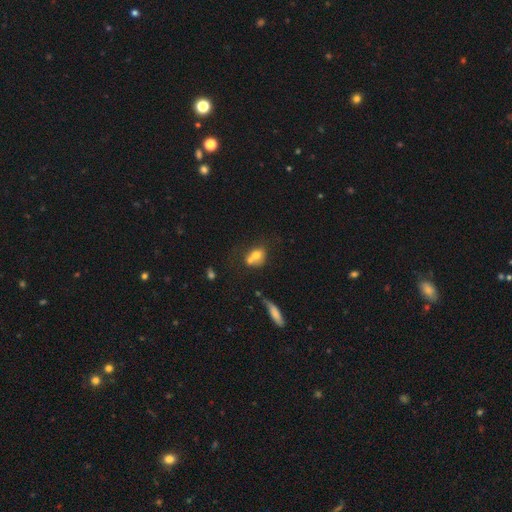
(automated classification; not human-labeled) smooth-or-featured: smooth: 66% | featured or disk: 23% | star or artifact: 10%
  how-rounded: in between: 50% | round: 47% | cigar-shaped: 2%
  merging: merger: 51% | none: 29% | minor disturbance: 12% | major disturbance: 7%